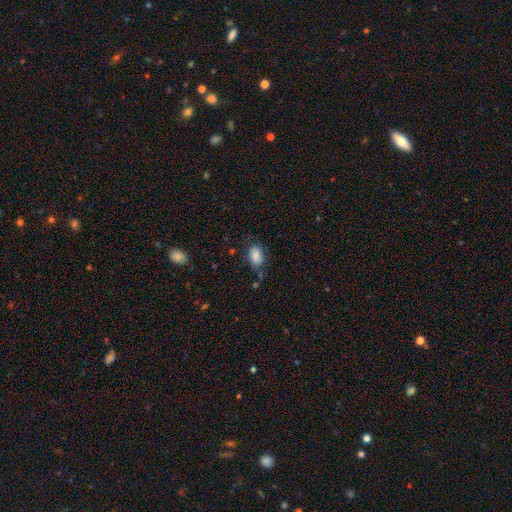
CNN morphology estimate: The model was most divided on "merging": none: 61%, minor disturbance: 26%, major disturbance: 10%, merger: 3%. More confident: how rounded — in between (86%); smooth or featured — smooth (80%).